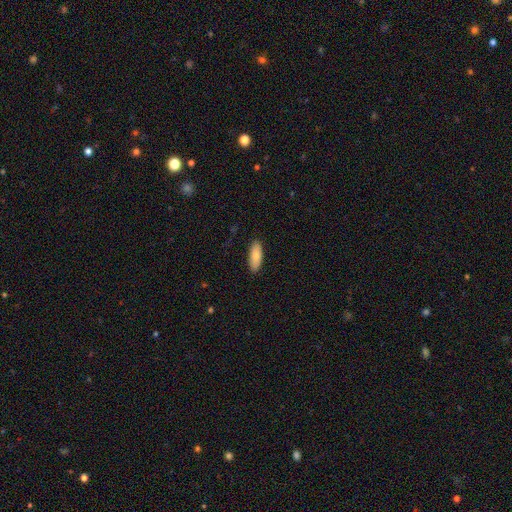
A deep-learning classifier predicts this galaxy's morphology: A smooth galaxy with no disk features (83%) that is in between round and cigar-shaped (72%). Merging: none (89%).